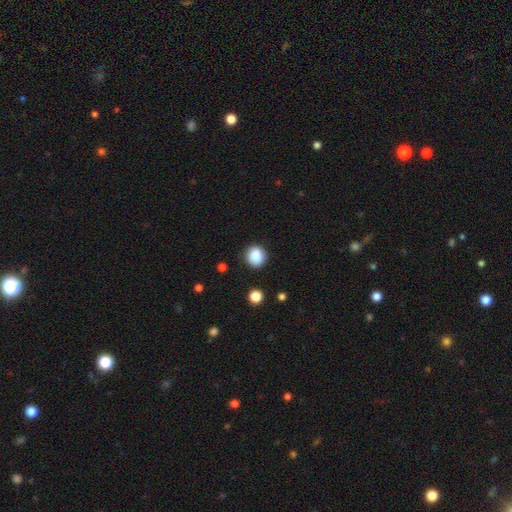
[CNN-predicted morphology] Overall: smooth (87%). How rounded: round (82%). Merging: none (84%).